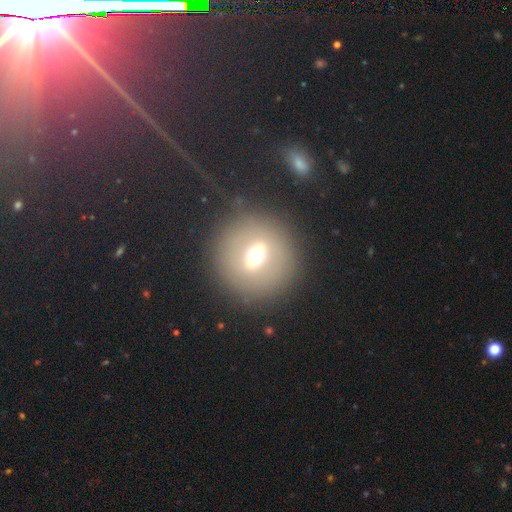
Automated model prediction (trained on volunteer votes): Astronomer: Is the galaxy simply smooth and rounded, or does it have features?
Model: smooth — 47% (runner-up: featured or disk, 40%).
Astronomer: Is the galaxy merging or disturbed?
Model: none — 82%.